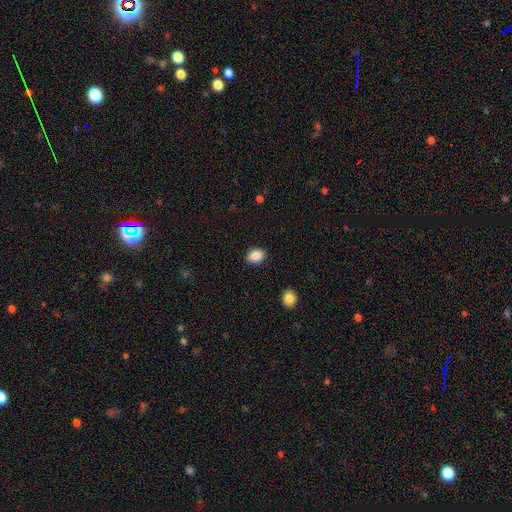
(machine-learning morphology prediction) smooth_or_featured: smooth (p=0.88) [alt: star or artifact p=0.08]
how_rounded: in between (p=0.72) [alt: round p=0.26]
merging: none (p=0.88) [alt: minor disturbance p=0.08]